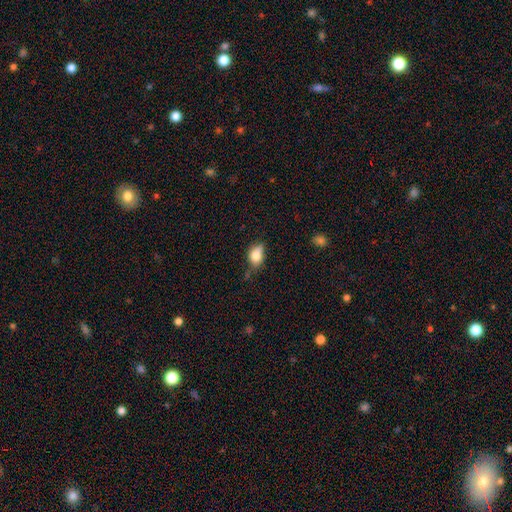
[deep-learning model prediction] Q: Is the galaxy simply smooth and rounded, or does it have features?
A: smooth — 78%.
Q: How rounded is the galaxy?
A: in between — 70%.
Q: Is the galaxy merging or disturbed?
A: none — 47%.